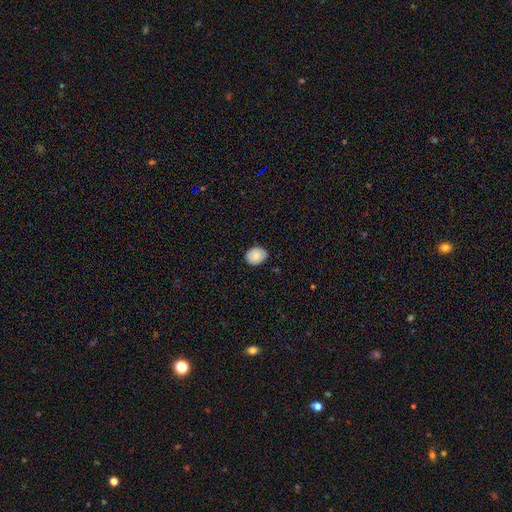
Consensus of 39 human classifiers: smooth-or-featured: smooth: 87% | featured or disk: 8% | star or artifact: 5%
  how-rounded: round: 74% | in between: 26% | cigar-shaped: 0%
  merging: none: 81% | minor disturbance: 19% | major disturbance: 0% | merger: 0%